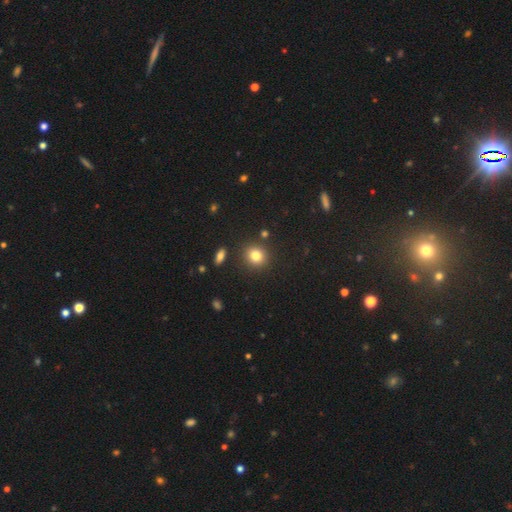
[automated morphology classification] Smooth or featured? Predicted: smooth (p=0.81). How rounded? Predicted: round (p=0.83). Merging? Predicted: none (p=0.87).